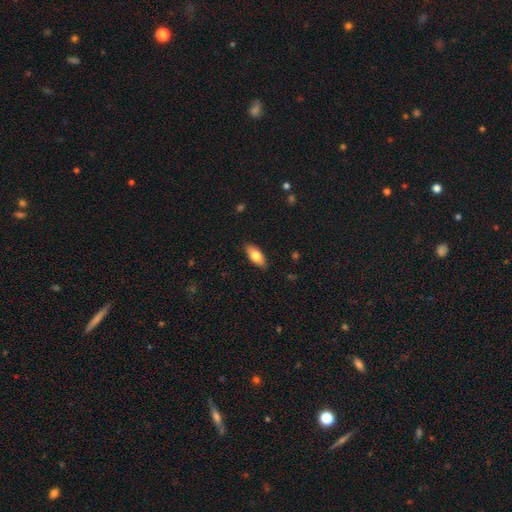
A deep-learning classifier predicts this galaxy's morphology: smooth_or_featured: smooth (p=0.74) [alt: featured or disk p=0.20]
how_rounded: in between (p=0.85) [alt: cigar-shaped p=0.12]
merging: none (p=0.88) [alt: minor disturbance p=0.09]